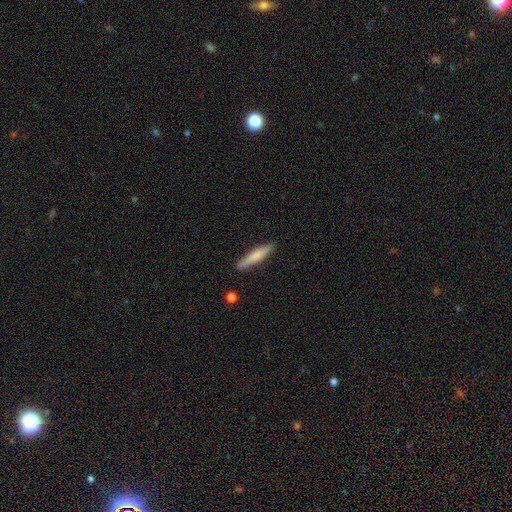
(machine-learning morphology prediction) Q: Smooth or featured?
A: smooth (73%); runner-up: featured or disk (21%)
Q: How rounded?
A: cigar-shaped (89%); runner-up: in between (9%)
Q: Merging?
A: none (87%); runner-up: minor disturbance (10%)